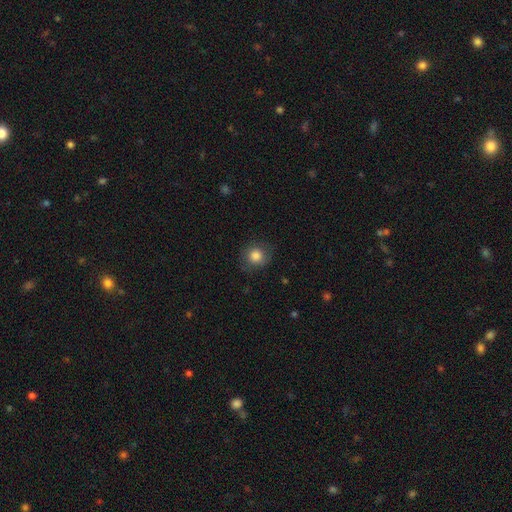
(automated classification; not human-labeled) smooth-or-featured: smooth: 83% | star or artifact: 10% | featured or disk: 7%
  how-rounded: round: 86% | in between: 13% | cigar-shaped: 1%
  merging: none: 79% | minor disturbance: 15% | major disturbance: 5% | merger: 1%